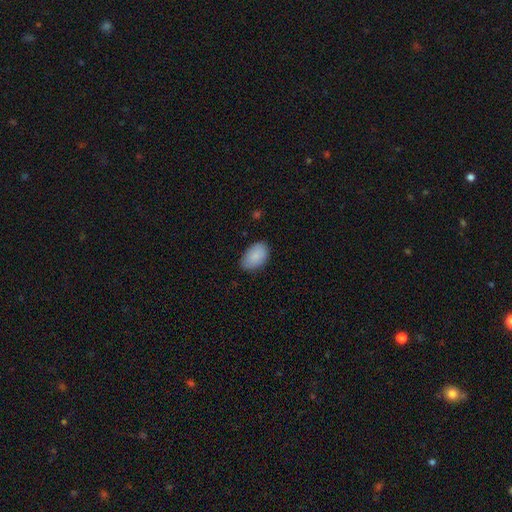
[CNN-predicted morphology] This is clearly a smooth galaxy (89%). How rounded: clearly in between (91%). Merging: likely none (78%).